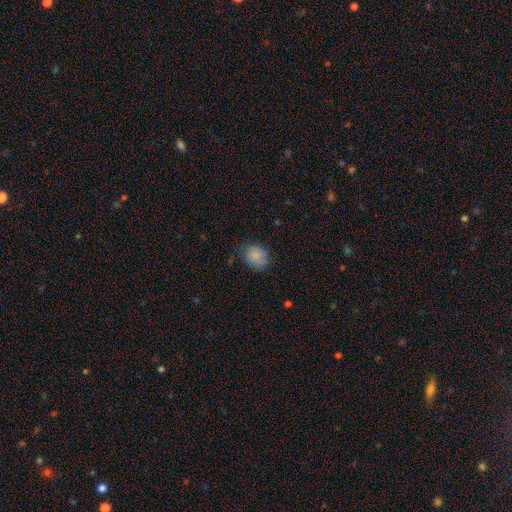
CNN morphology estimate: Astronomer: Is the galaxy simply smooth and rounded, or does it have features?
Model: smooth — 85%.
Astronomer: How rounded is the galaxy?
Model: round — 60% (runner-up: in between, 40%).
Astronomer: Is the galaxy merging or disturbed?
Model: none — 75%.